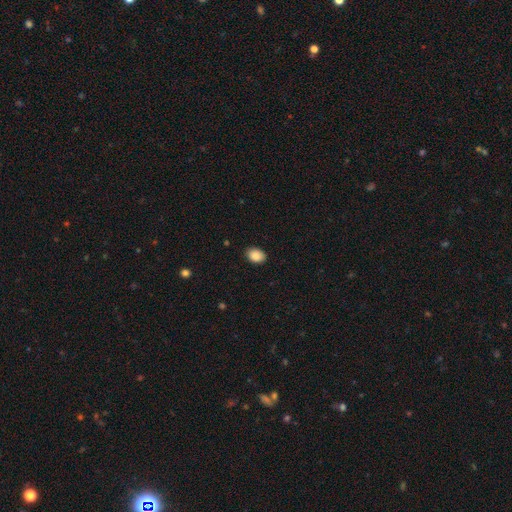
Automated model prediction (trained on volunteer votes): Overall: smooth (89%). How rounded: in between (75%). Merging: none (88%).